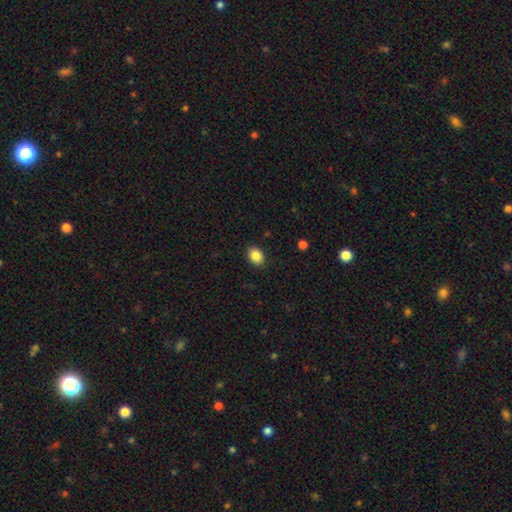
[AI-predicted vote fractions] This is clearly a smooth galaxy (87%). How rounded: likely in between (66%). Merging: clearly none (89%).